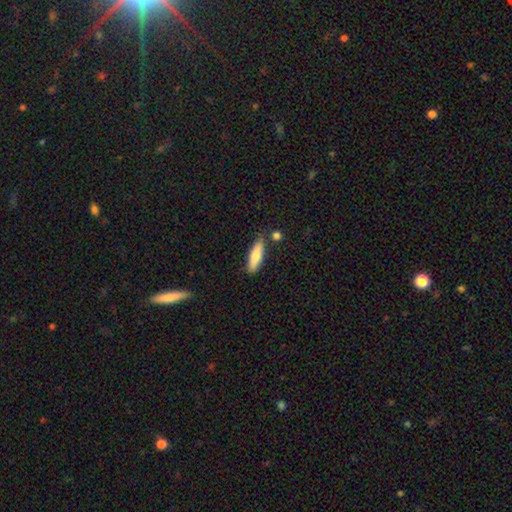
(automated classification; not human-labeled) smooth 77%, featured or disk 17%, star or artifact 6%. Down the decision tree: how rounded — cigar-shaped (54%); merging — none (77%).